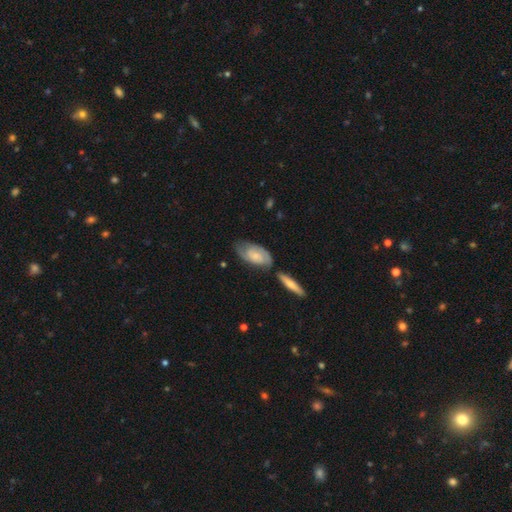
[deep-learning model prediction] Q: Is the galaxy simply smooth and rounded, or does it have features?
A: featured or disk — 60%.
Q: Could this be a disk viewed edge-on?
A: no — 91%.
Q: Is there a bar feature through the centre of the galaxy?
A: no — 64%.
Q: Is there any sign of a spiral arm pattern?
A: yes — 89%.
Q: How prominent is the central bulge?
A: small — 54%.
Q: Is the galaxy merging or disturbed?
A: none — 57%.